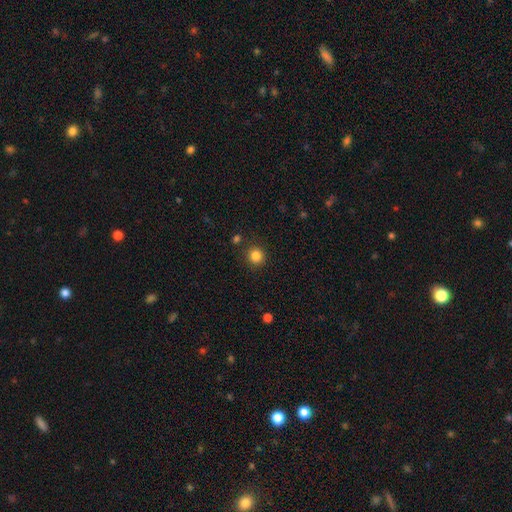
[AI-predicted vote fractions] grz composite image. It shows a smooth galaxy with no disk features (84%) that is round (93%). Merging: none (90%).